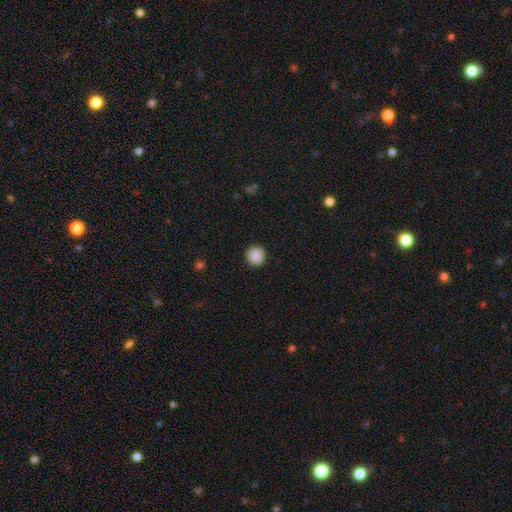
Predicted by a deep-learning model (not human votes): smooth-or-featured: smooth: 89% | star or artifact: 8% | featured or disk: 2%
  how-rounded: round: 94% | in between: 5% | cigar-shaped: 1%
  merging: none: 92% | minor disturbance: 5% | major disturbance: 2% | merger: 1%